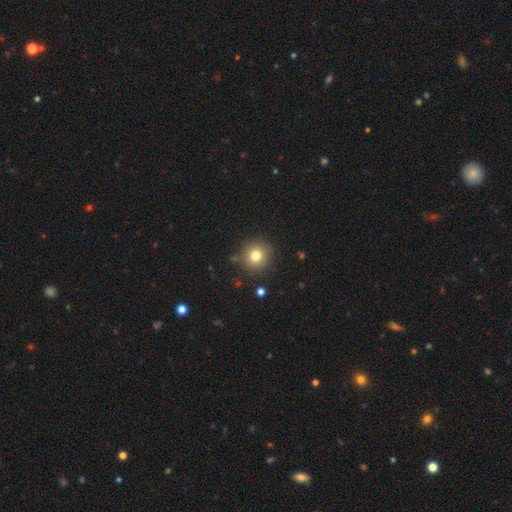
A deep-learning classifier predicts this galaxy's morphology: The model was most divided on "smooth or featured": smooth: 79%, star or artifact: 12%, featured or disk: 9%. More confident: how rounded — round (92%); merging — none (87%).